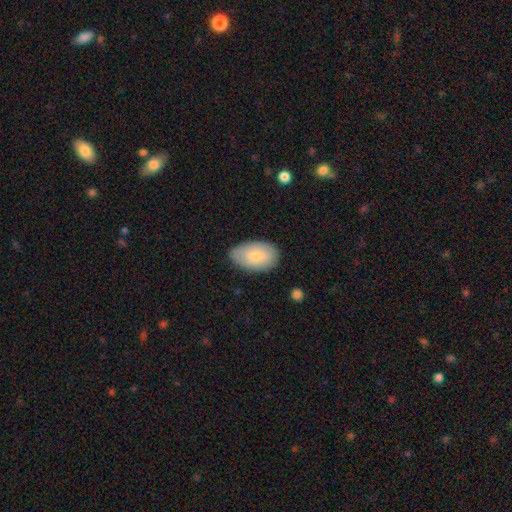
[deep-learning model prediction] Smooth or featured: smooth — 74% (featured or disk — 20%)
How rounded: in between — 93% (round — 6%)
Merging: none — 79% (minor disturbance — 17%)